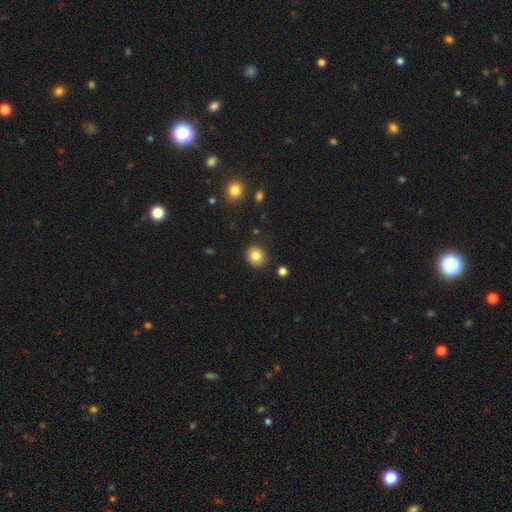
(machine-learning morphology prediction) A smooth galaxy with no disk features (83%) that is round (76%). Merging: none (89%).